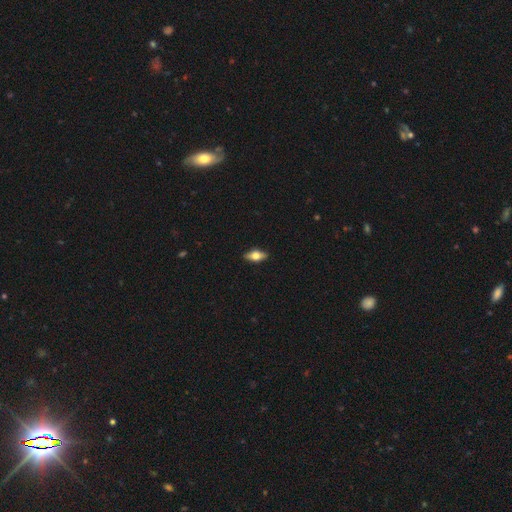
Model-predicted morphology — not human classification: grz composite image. It shows a smooth galaxy with no disk features (50%). Merging: none (89%).